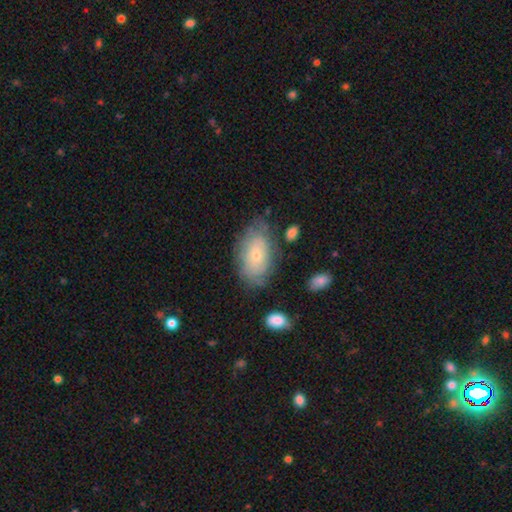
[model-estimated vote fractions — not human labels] smooth 58%, featured or disk 35%, star or artifact 7%. Down the decision tree: how rounded — in between (92%); merging — none (69%).